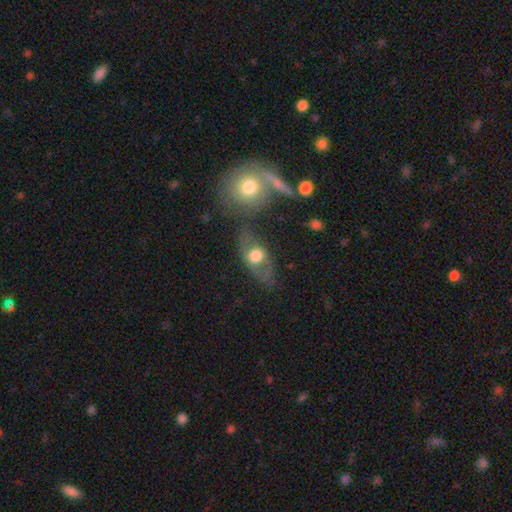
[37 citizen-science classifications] Smooth or featured: featured or disk — 59% (smooth — 38%)
Edge-on disk: no — 68% (yes — 32%)
Bar: no — 100%
Spiral arms: no — 80% (yes — 20%)
Bulge size: large — 80% (moderate — 20%)
Merging: none — 69% (major disturbance — 14%)